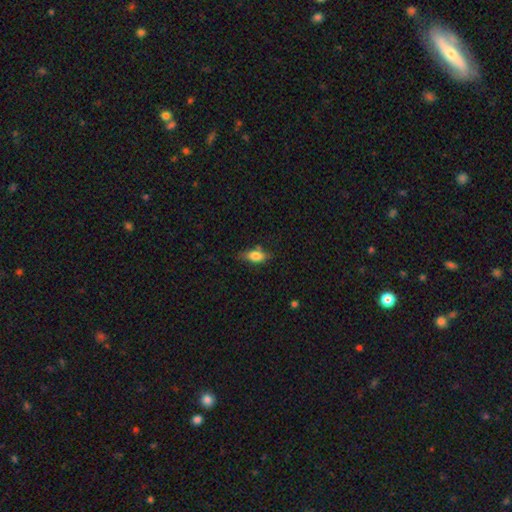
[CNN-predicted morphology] Smooth or featured? Predicted: smooth (p=0.78). How rounded? Predicted: in between (p=0.81). Merging? Predicted: none (p=0.63).